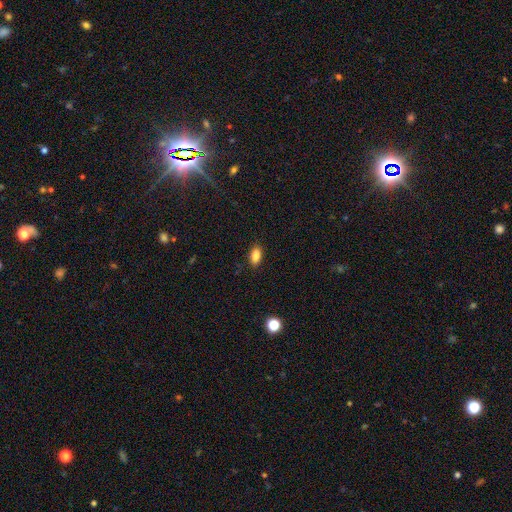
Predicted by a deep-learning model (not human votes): Smooth or featured? Predicted: smooth (p=0.87). How rounded? Predicted: in between (p=0.90). Merging? Predicted: none (p=0.87).